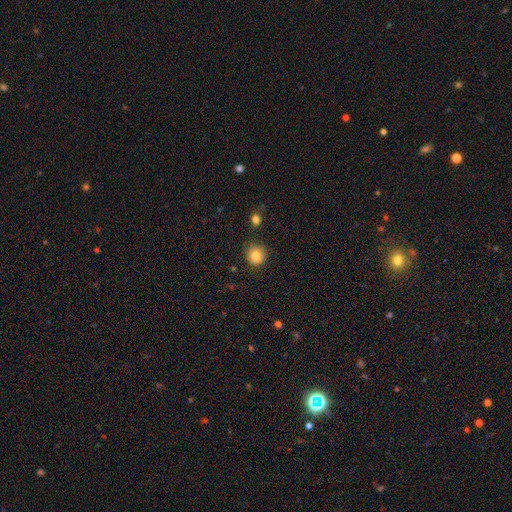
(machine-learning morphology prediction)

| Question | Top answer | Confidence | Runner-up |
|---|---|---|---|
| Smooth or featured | smooth | 82% | star or artifact (10%) |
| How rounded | round | 91% | in between (8%) |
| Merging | none | 83% | minor disturbance (12%) |